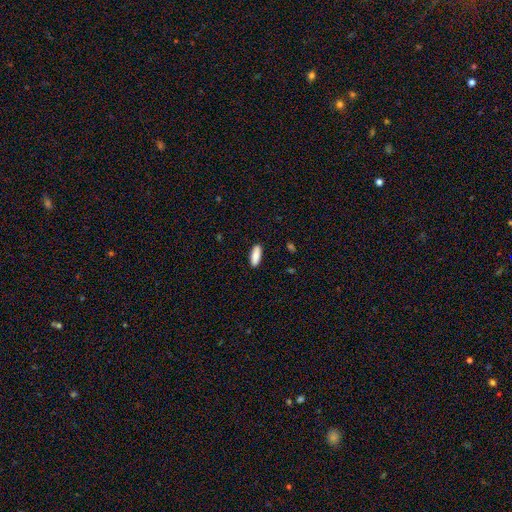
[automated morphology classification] type=smooth (89%); roundness=in between (65%); merging=none (89%).